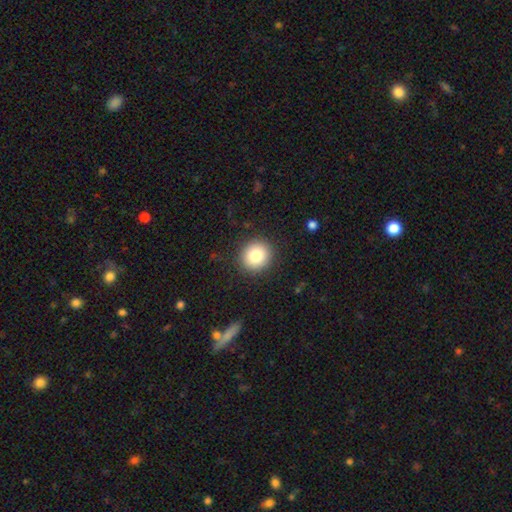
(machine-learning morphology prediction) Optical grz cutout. It shows a smooth galaxy with no disk features (83%) that is round (86%). Merging: none (90%).